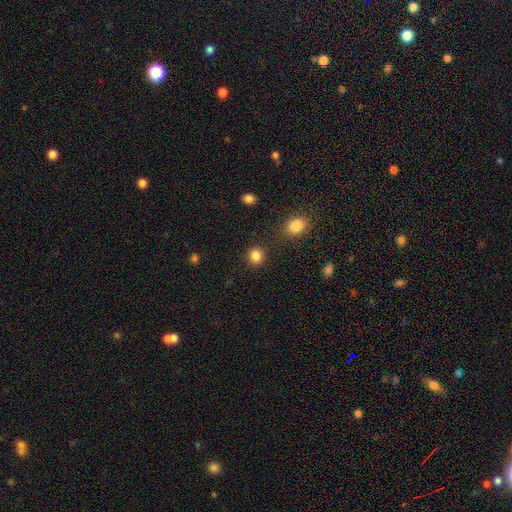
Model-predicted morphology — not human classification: A smooth galaxy with no disk features (85%) that is round (77%).

Vote fractions:
- Smooth or featured? smooth: 85% / star or artifact: 11% / featured or disk: 4%
- How rounded? round: 77% / in between: 22% / cigar-shaped: 1%
- Merging? none: 86% / minor disturbance: 7% / merger: 4% / major disturbance: 3%